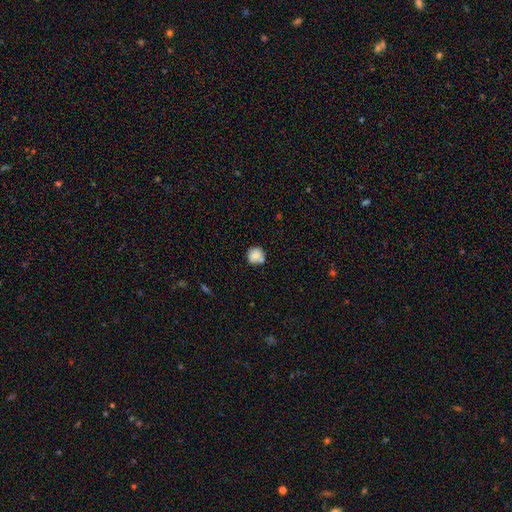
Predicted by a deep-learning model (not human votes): smooth 77%, featured or disk 15%, star or artifact 8%. Down the decision tree: how rounded — round (90%); merging — none (67%).